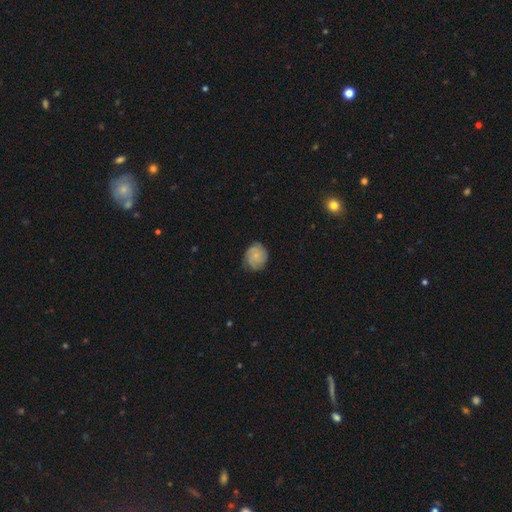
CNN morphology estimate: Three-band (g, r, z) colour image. It shows a smooth galaxy with no disk features (47%). Merging: none (71%).